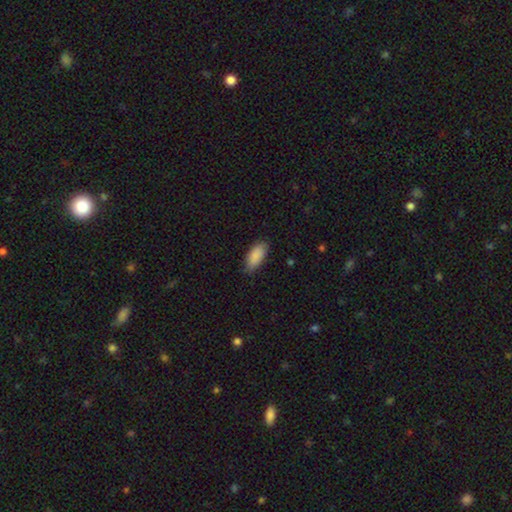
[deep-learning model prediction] Morphology: type=smooth (88%); roundness=in between (87%); merging=none (77%).